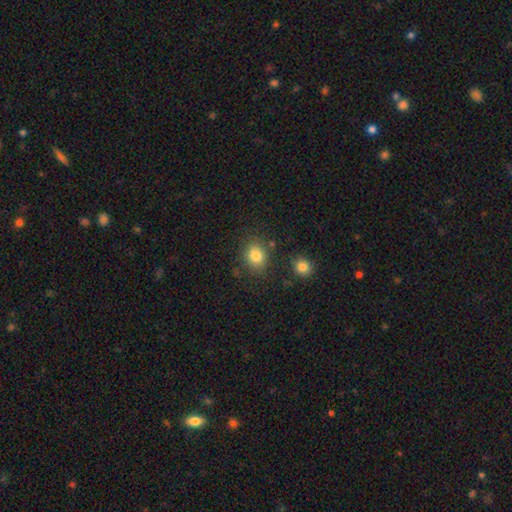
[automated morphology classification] This is clearly a smooth galaxy (83%). How rounded: likely round (61%). Merging: likely none (78%).